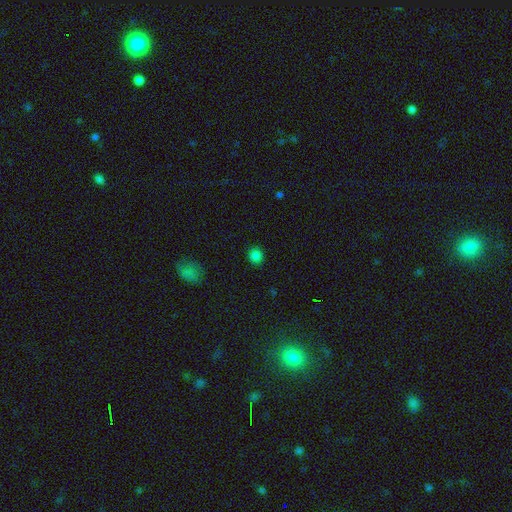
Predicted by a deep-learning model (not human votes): The model was most divided on "smooth or featured": smooth: 83%, star or artifact: 14%, featured or disk: 3%. More confident: merging — none (90%); how rounded — round (84%).